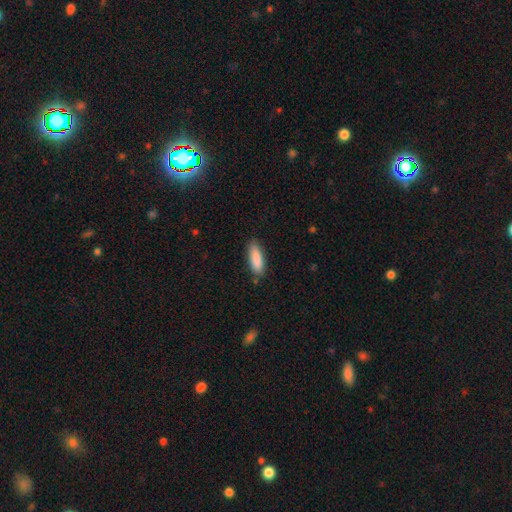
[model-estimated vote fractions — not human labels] Smooth or featured: smooth — 88% (featured or disk — 7%)
How rounded: in between — 54% (cigar-shaped — 44%)
Merging: none — 84% (minor disturbance — 12%)